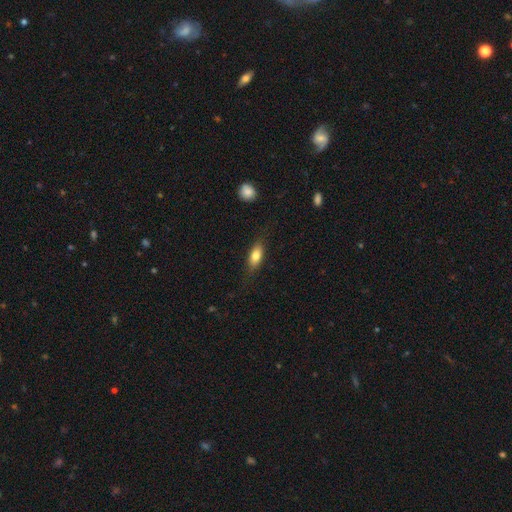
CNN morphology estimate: Smooth or featured? smooth (75%)
How rounded? in between (78%)
Merging? none (79%)